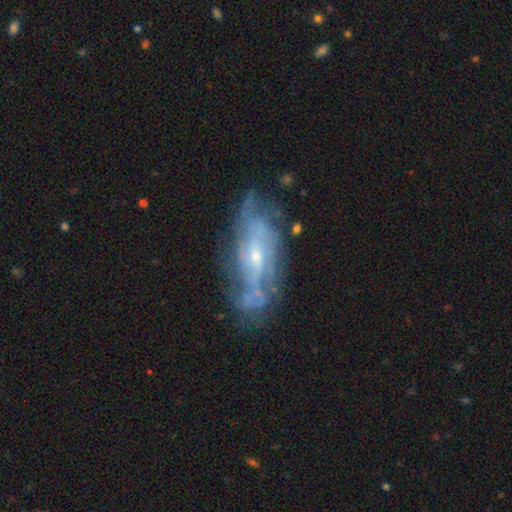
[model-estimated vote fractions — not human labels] Morphology: type=featured or disk (83%); edge-on=no (88%); bar=no (46%); spiral arms=yes (87%); winding=tight (46%); arm count=can't tell (45%); bulge=small (63%); merging=none (66%).